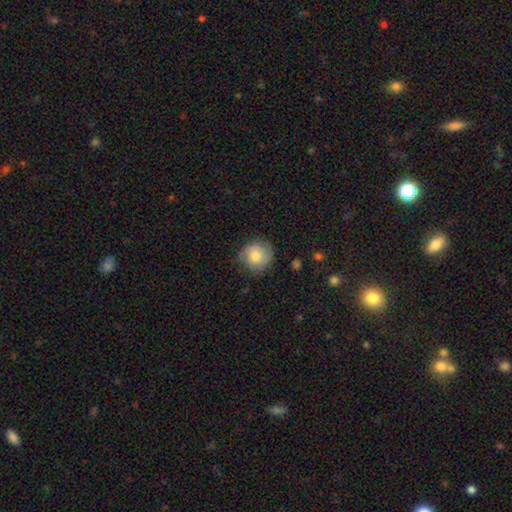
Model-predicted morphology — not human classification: Q: Smooth or featured?
A: smooth (68%); runner-up: featured or disk (25%)
Q: How rounded?
A: round (88%); runner-up: in between (11%)
Q: Merging?
A: none (72%); runner-up: minor disturbance (22%)